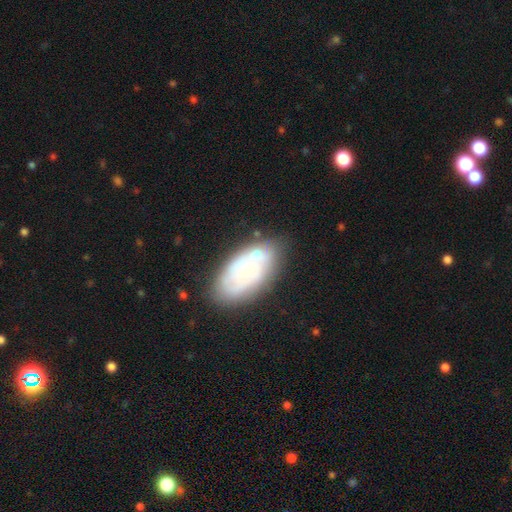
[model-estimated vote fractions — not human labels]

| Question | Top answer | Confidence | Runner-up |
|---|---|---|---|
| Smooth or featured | featured or disk | 51% | smooth (40%) |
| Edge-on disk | no | 93% | yes (7%) |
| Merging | none | 66% | minor disturbance (21%) |